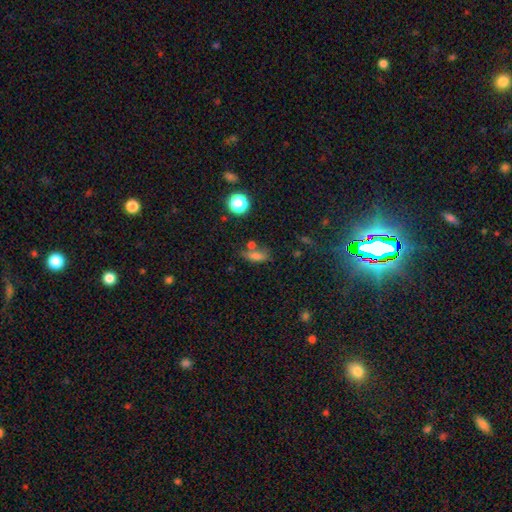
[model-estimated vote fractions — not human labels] Morphology: type=smooth (73%); roundness=in between (64%); merging=none (53%).